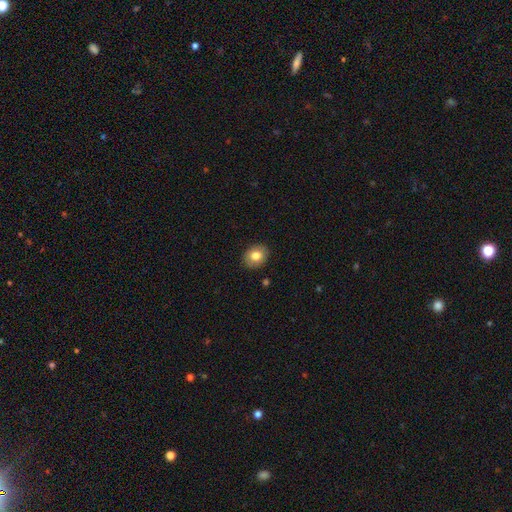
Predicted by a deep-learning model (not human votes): A smooth galaxy with no disk features (80%) that is round (53%). Merging: none (88%).